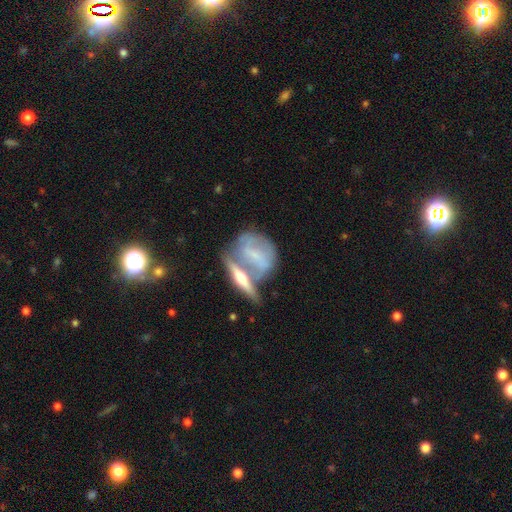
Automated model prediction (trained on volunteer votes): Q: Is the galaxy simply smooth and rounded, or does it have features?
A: featured or disk — 62%.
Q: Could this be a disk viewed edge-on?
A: no — 68%.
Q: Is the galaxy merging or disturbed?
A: merger — 48%.